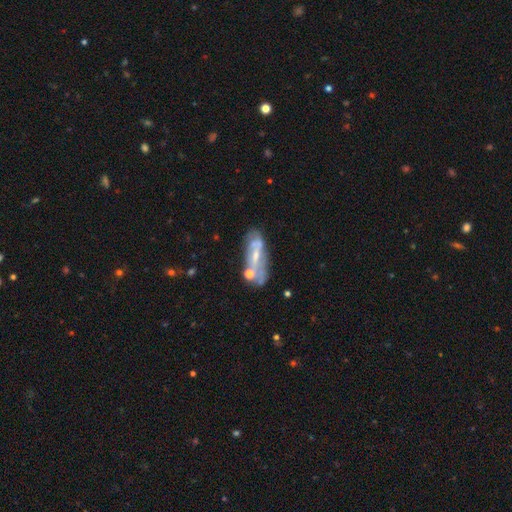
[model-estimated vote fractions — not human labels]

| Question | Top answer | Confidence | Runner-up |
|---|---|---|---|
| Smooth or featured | featured or disk | 66% | smooth (25%) |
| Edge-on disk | no | 78% | yes (22%) |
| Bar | no | 37% | weak (35%) |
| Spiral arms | yes | 50% | tied: no (50%) |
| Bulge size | small | 52% | moderate (36%) |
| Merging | none | 56% | minor disturbance (20%) |